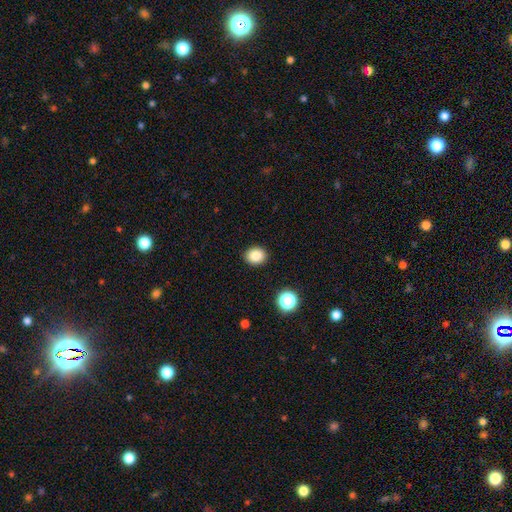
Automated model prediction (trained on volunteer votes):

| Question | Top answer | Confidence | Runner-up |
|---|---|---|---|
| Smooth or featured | smooth | 84% | star or artifact (11%) |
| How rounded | round | 63% | in between (36%) |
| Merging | none | 91% | minor disturbance (6%) |